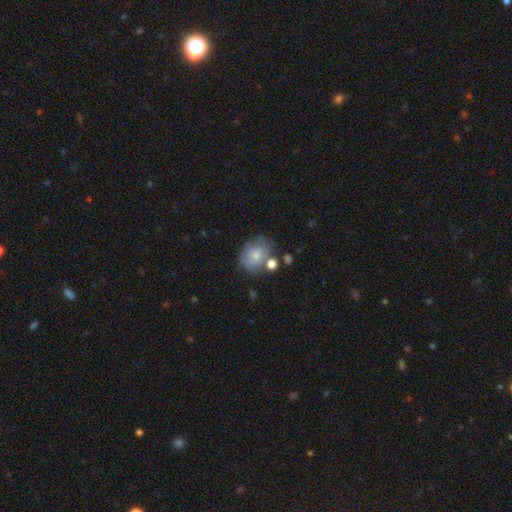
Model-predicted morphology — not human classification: Overall: smooth (72%). How rounded: round (59%; in between 40%). Merging: none (52%; minor disturbance 22%).